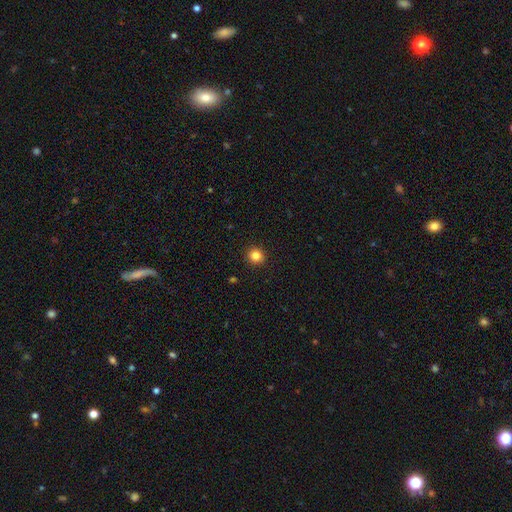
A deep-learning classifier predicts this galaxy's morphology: smooth_or_featured: smooth (p=0.84) [alt: star or artifact p=0.12]
how_rounded: round (p=0.90) [alt: in between p=0.09]
merging: none (p=0.93) [alt: minor disturbance p=0.05]